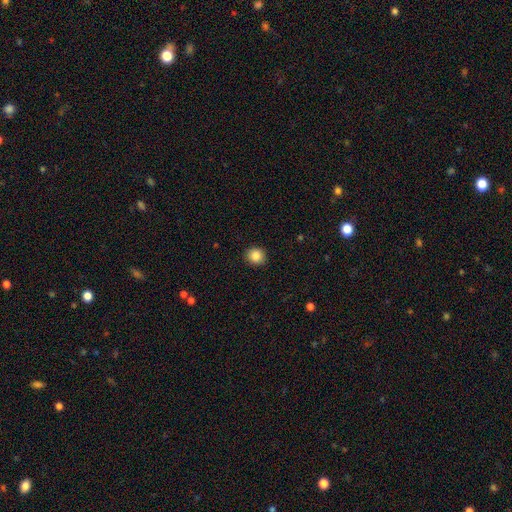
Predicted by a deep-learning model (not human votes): A smooth galaxy with no disk features (86%) that is round (81%).

Vote fractions:
- Smooth or featured? smooth: 86% / star or artifact: 9% / featured or disk: 4%
- How rounded? round: 81% / in between: 18% / cigar-shaped: 1%
- Merging? none: 90% / minor disturbance: 7% / major disturbance: 2% / merger: 1%